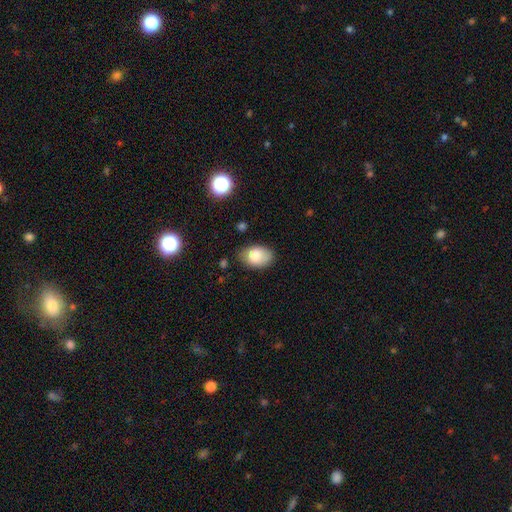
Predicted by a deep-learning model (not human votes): Smooth or featured: smooth — 81% (featured or disk — 11%)
How rounded: in between — 86% (round — 13%)
Merging: none — 74% (minor disturbance — 20%)